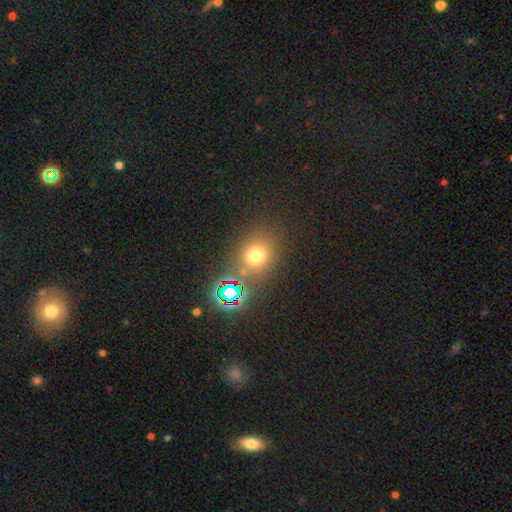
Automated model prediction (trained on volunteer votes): Smooth or featured? smooth (65%)
How rounded? round (74%)
Merging? none (73%)